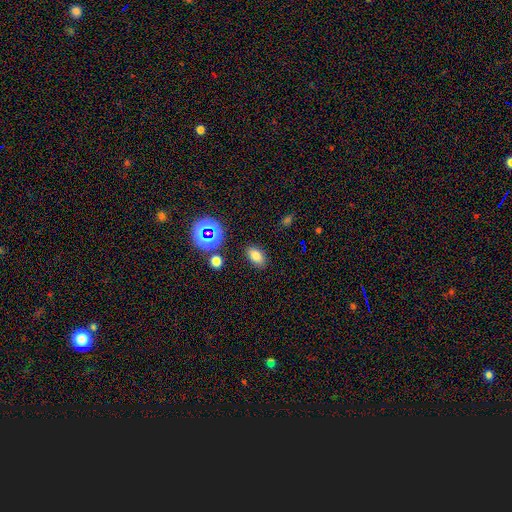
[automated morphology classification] Smooth or featured?
  - smooth: 75% *
  - star or artifact: 16%
  - featured or disk: 8%
How rounded?
  - in between: 88% *
  - round: 9%
  - cigar-shaped: 3%
Merging?
  - none: 84% *
  - minor disturbance: 10%
  - major disturbance: 3%
  - merger: 3%